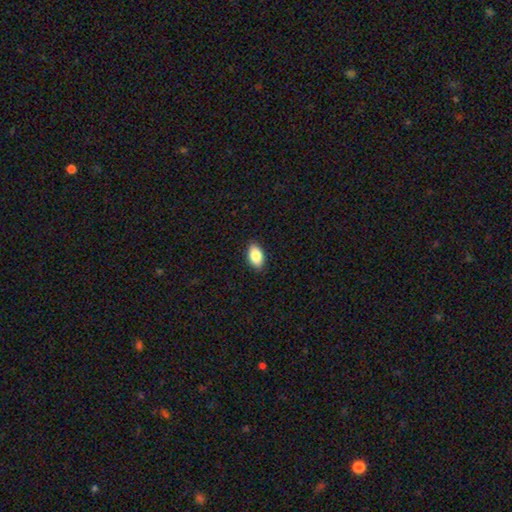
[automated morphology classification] Q: Smooth or featured?
A: smooth (86%); runner-up: featured or disk (7%)
Q: How rounded?
A: in between (93%); runner-up: round (5%)
Q: Merging?
A: none (89%); runner-up: minor disturbance (8%)